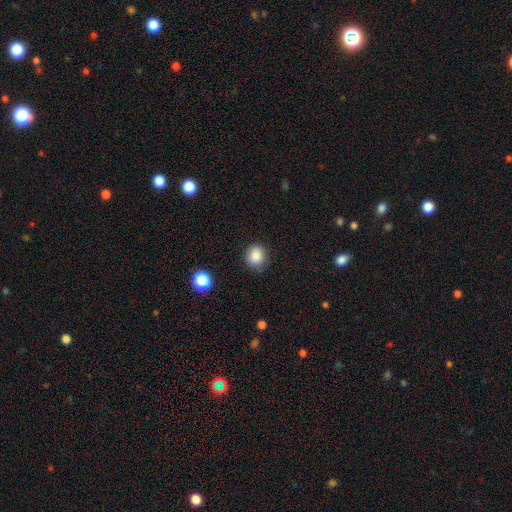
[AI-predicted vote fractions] Morphology: type=smooth (85%); roundness=round (84%); merging=none (82%).